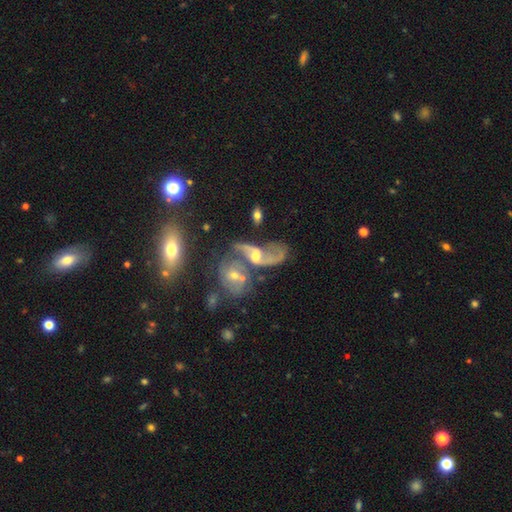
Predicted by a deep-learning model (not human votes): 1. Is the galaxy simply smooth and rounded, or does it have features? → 78% featured or disk, 13% smooth, 9% star or artifact.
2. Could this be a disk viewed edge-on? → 95% no, 5% yes.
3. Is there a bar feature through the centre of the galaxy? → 50% no, 38% weak, 12% strong.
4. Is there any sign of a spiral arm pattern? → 87% yes, 13% no.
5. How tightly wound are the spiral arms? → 63% loose, 29% medium, 8% tight.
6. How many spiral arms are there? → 80% 2, 9% 1, 6% can't tell, 2% 3, 1% 4, 1% more than 4.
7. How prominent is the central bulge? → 56% moderate, 31% small, 7% large, 5% none, 2% dominant.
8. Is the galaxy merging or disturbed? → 51% merger, 22% none, 17% major disturbance, 11% minor disturbance.